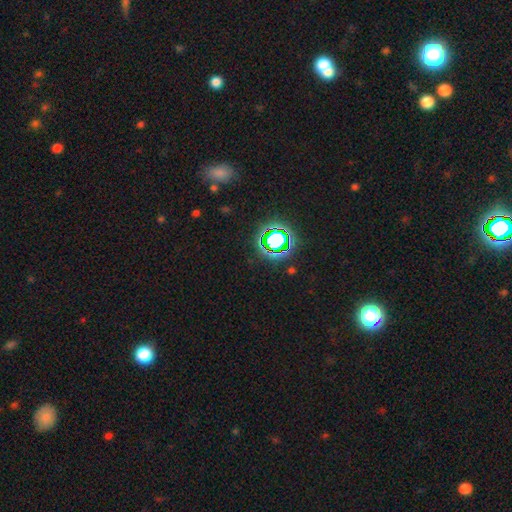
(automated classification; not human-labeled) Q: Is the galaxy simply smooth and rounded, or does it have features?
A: star or artifact — 75%.